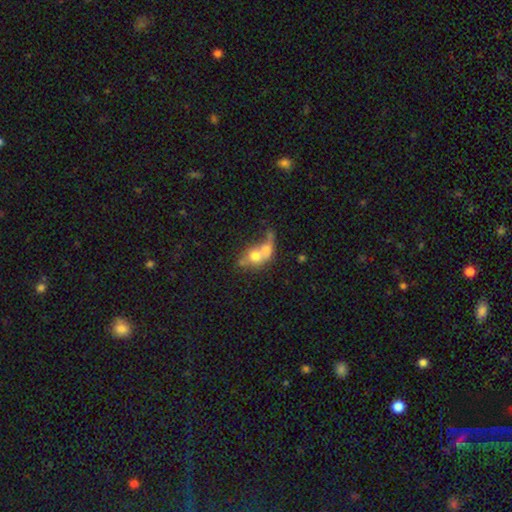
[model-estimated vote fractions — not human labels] Q: Smooth or featured?
A: smooth (56%); runner-up: featured or disk (31%)
Q: How rounded?
A: in between (48%); tied with: round (48%)
Q: Merging?
A: merger (62%); runner-up: none (19%)